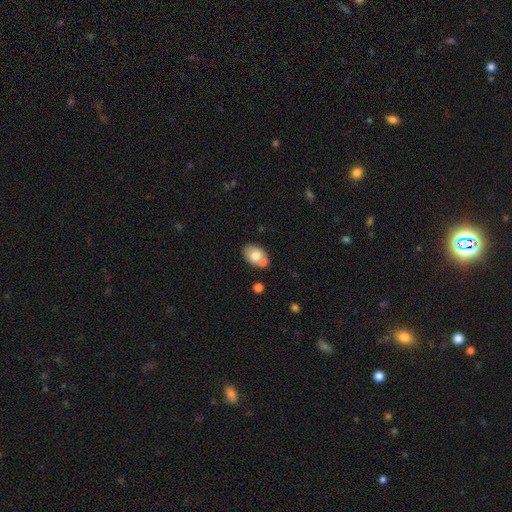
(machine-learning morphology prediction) The model was most divided on "merging": none: 54%, merger: 29%, minor disturbance: 14%, major disturbance: 4%. More confident: how rounded — in between (79%); smooth or featured — smooth (72%).